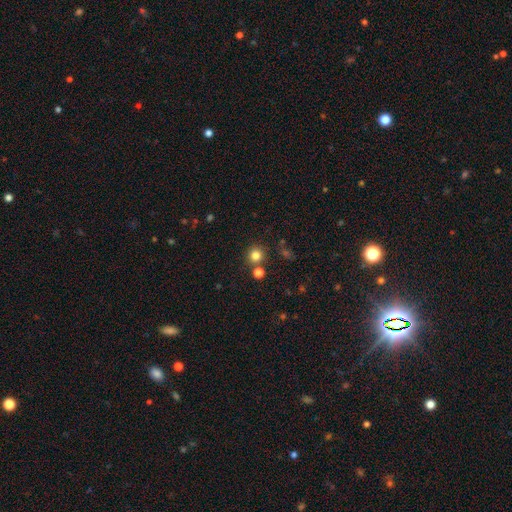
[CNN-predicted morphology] This is likely a smooth galaxy (79%). How rounded: clearly round (92%). Merging: likely none (78%).